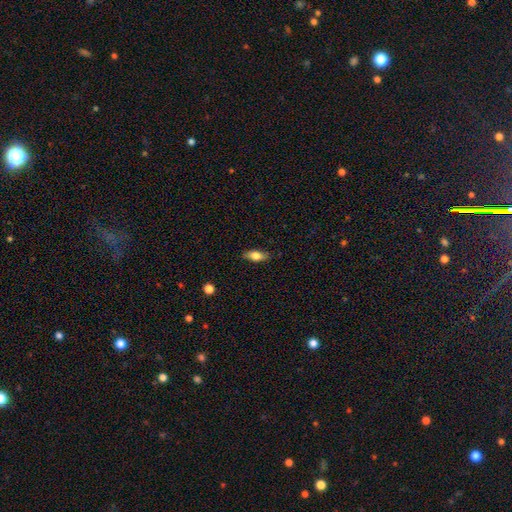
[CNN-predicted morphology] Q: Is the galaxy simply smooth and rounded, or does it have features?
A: smooth — 71%.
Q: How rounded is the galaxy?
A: in between — 77%.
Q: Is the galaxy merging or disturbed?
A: none — 84%.